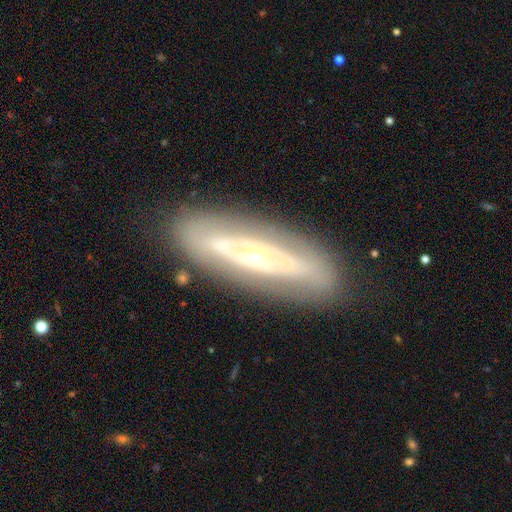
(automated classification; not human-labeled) This is likely a featured or disk galaxy (73%). It is likely not viewed edge-on (72%). Bar: likely no (71%). Spiral arm pattern: likely no (63%). Central bulge: possibly small (53%). Merging: clearly none (82%).